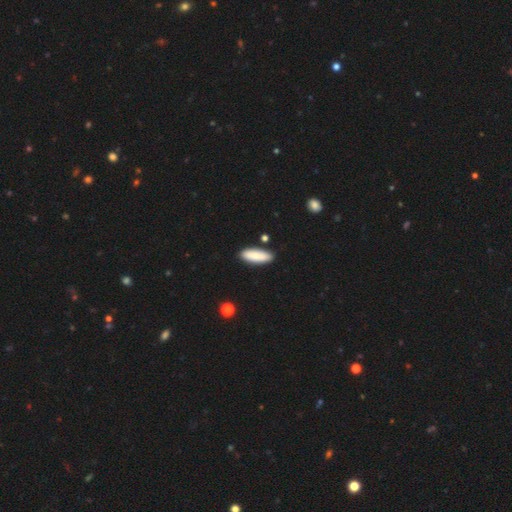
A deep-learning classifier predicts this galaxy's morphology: A smooth galaxy with no disk features (84%) that is in between round and cigar-shaped (60%). Merging: none (86%).